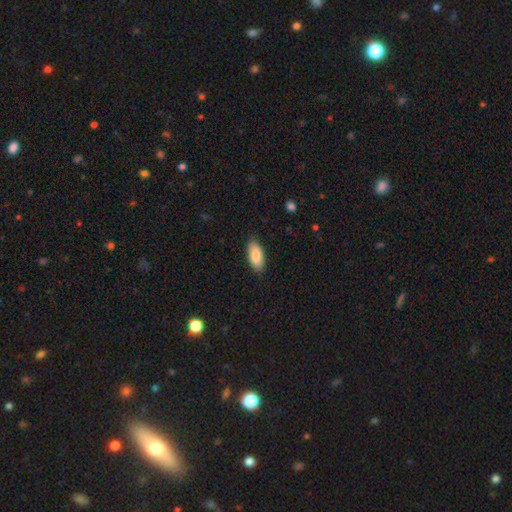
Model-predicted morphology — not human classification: A smooth galaxy with no disk features (87%) that is in between round and cigar-shaped (88%). Merging: none (86%).